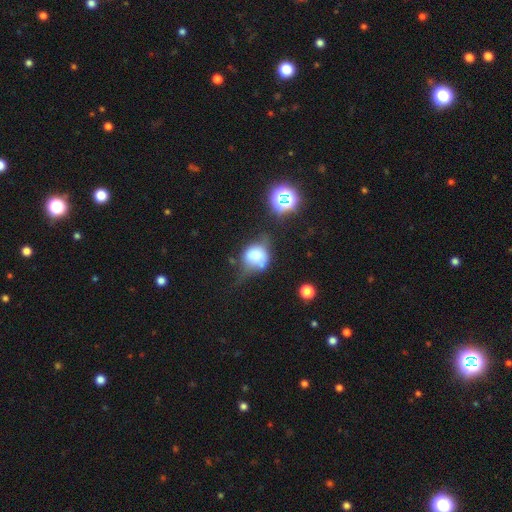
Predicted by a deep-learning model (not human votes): Smooth or featured? smooth (58%)
How rounded? round (62%)
Merging? minor disturbance (32%)